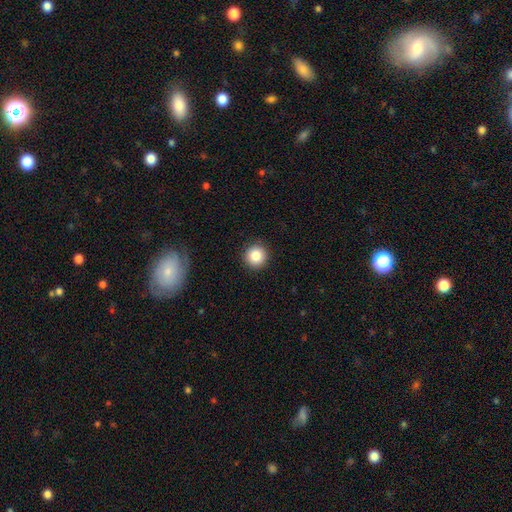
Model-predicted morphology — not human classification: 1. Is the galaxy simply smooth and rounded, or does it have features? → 85% smooth, 9% star or artifact, 5% featured or disk.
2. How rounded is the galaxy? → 95% round, 4% in between, 1% cigar-shaped.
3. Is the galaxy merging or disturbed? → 92% none, 5% minor disturbance, 2% major disturbance, 1% merger.